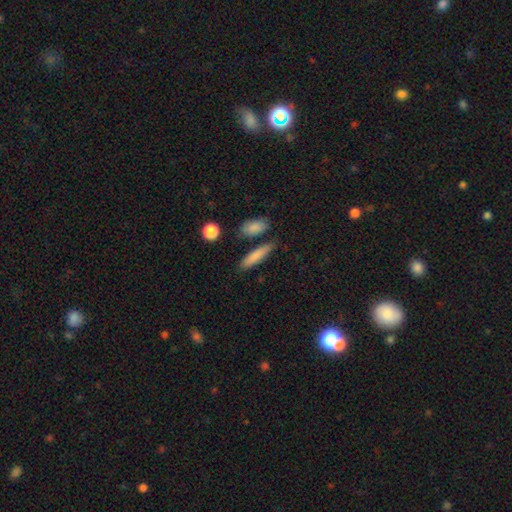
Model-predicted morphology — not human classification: Smooth or featured? smooth (83%)
How rounded? cigar-shaped (70%)
Merging? none (80%)